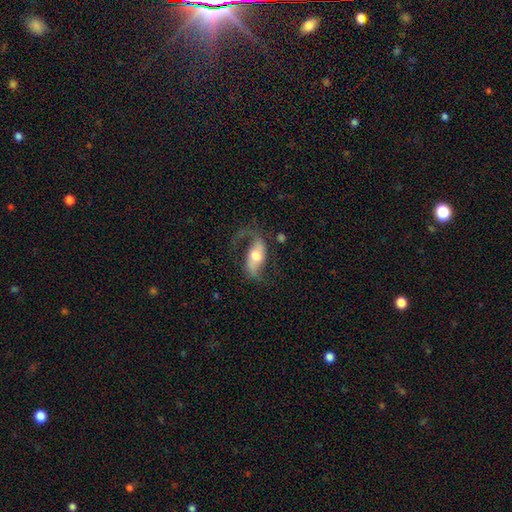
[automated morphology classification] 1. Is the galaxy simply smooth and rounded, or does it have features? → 71% featured or disk, 23% smooth, 6% star or artifact.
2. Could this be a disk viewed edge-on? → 91% no, 9% yes.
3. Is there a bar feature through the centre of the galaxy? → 38% no, 34% weak, 29% strong.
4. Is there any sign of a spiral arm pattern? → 88% yes, 12% no.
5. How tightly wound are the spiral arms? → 73% loose, 22% medium, 5% tight.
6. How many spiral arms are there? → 78% 2, 17% 1, 3% can't tell, 1% 3, 1% 4, 1% more than 4.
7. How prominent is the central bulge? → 66% moderate, 19% large, 11% small, 2% dominant, 2% none.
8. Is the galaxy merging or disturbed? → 55% none, 24% major disturbance, 18% minor disturbance, 3% merger.